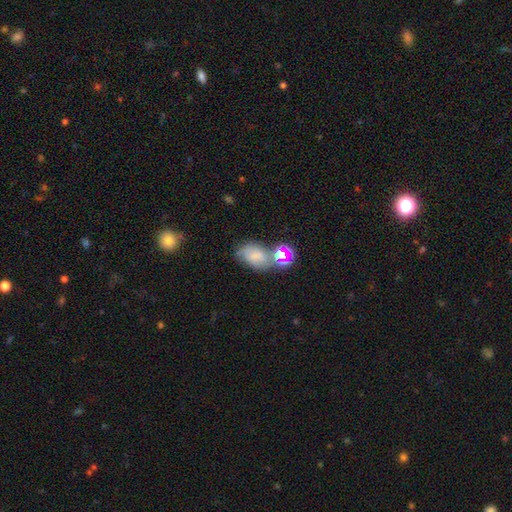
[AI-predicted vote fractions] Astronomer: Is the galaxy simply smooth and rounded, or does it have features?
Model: smooth — 57%.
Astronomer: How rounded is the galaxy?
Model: in between — 80%.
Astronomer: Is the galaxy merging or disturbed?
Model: none — 43% (runner-up: merger, 24%).